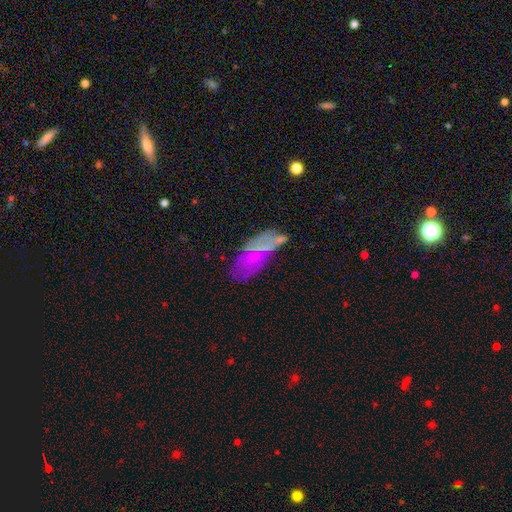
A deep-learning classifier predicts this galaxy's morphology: Smooth or featured? featured or disk (45%)
Merging? none (52%)